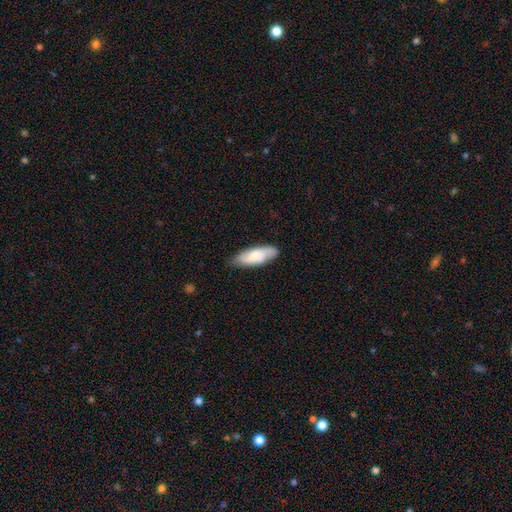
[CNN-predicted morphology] smooth-or-featured: smooth: 61% | featured or disk: 33% | star or artifact: 6%
  how-rounded: in between: 68% | cigar-shaped: 31% | round: 2%
  merging: none: 79% | minor disturbance: 16% | major disturbance: 3% | merger: 1%